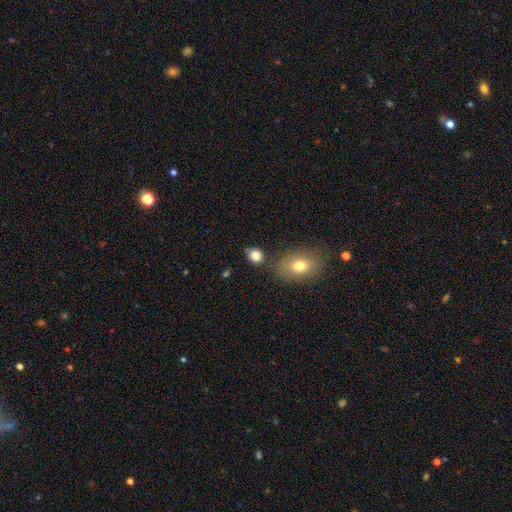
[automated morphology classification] smooth_or_featured: smooth (p=0.84) [alt: star or artifact p=0.10]
how_rounded: round (p=0.54) [alt: in between p=0.45]
merging: none (p=0.72) [alt: minor disturbance p=0.16]